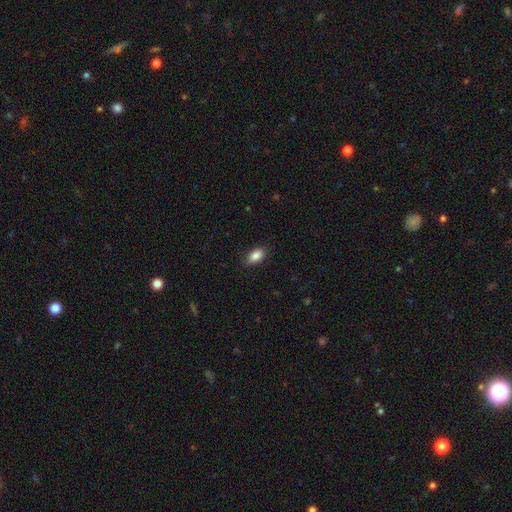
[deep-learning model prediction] This is clearly a smooth galaxy (87%). How rounded: clearly in between (91%). Merging: clearly none (86%).